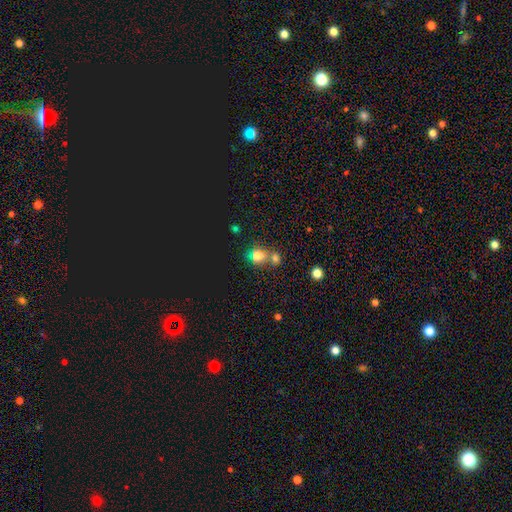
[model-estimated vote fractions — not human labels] Smooth or featured? Predicted: smooth (p=0.67). How rounded? Predicted: round (p=0.60). Merging? Predicted: merger (p=0.43, tied with none).